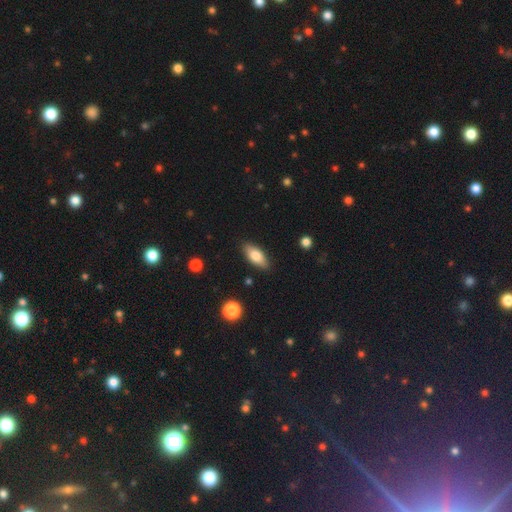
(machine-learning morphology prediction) Smooth or featured? smooth (76%)
How rounded? in between (83%)
Merging? none (86%)